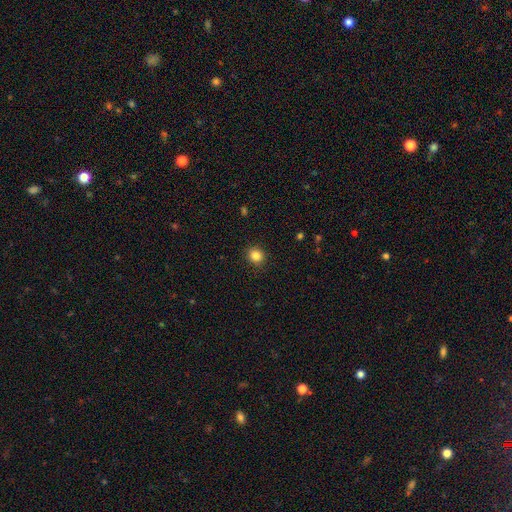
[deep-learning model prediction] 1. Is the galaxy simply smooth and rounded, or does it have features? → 85% smooth, 11% star or artifact, 5% featured or disk.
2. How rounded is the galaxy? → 79% round, 20% in between, 1% cigar-shaped.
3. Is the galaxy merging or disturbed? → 90% none, 7% minor disturbance, 2% major disturbance, 1% merger.